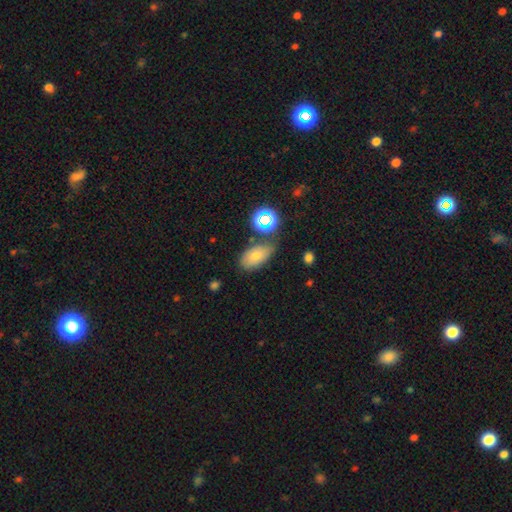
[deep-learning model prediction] smooth-or-featured: smooth: 65% | featured or disk: 19% | star or artifact: 16%
  how-rounded: in between: 88% | round: 9% | cigar-shaped: 3%
  merging: none: 65% | minor disturbance: 20% | merger: 9% | major disturbance: 6%